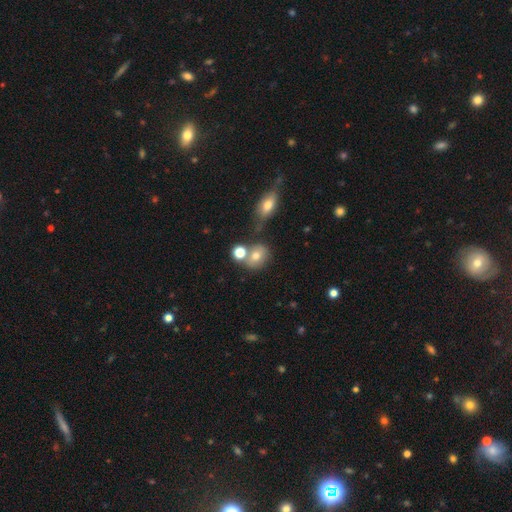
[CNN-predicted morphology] Smooth or featured: smooth — 73% (featured or disk — 15%)
How rounded: round — 60% (in between — 39%)
Merging: none — 52% (merger — 29%)